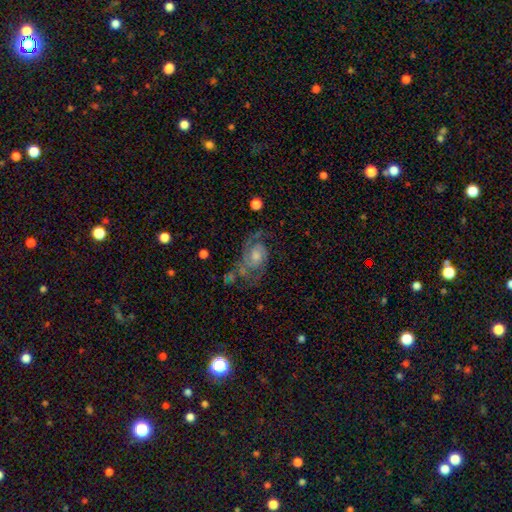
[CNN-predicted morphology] Overall: featured or disk (82%). Edge-on disk: no (97%). Bar: no (66%; weak 29%). Spiral arms: yes (93%). Spiral arm count: 2 (59%). Spiral winding: tight (44%; medium 42%). Bulge size: moderate (47%; small 37%). Merging: none (55%; minor disturbance 20%).